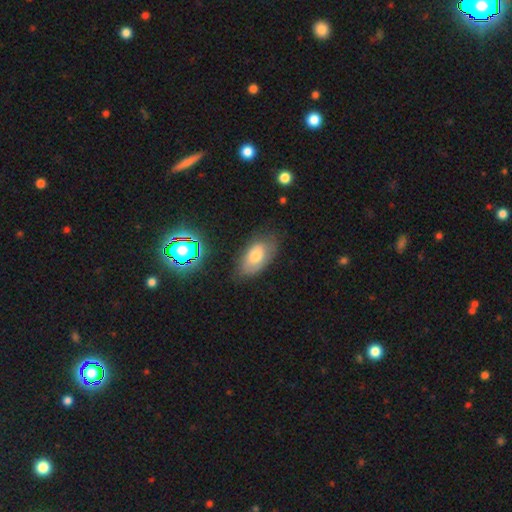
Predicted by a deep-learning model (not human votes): Smooth or featured?
  - smooth: 65% *
  - featured or disk: 25%
  - star or artifact: 10%
How rounded?
  - in between: 92% *
  - round: 5%
  - cigar-shaped: 3%
Merging?
  - none: 66% *
  - minor disturbance: 24%
  - major disturbance: 8%
  - merger: 2%